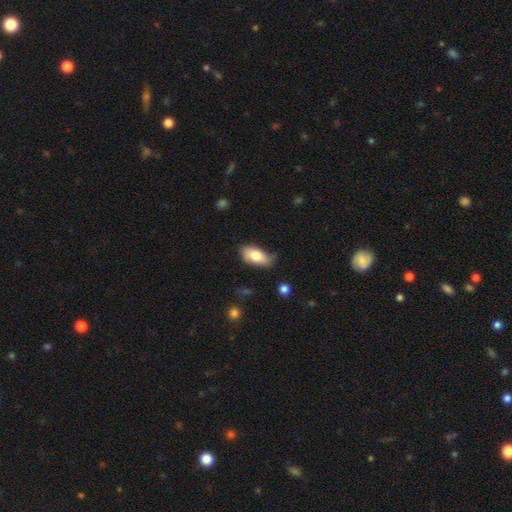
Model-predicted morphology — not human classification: A smooth galaxy with no disk features (81%) that is in between round and cigar-shaped (91%). Merging: none (72%).